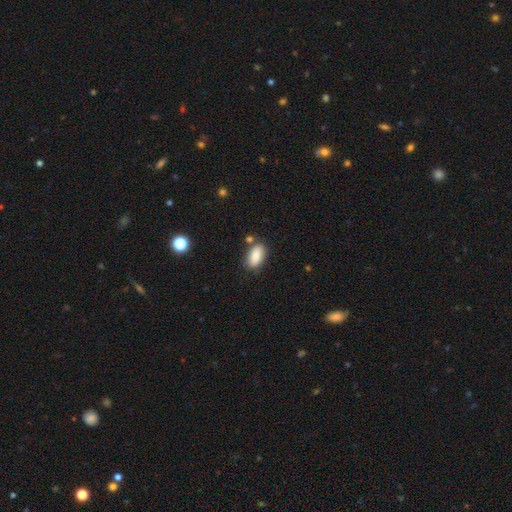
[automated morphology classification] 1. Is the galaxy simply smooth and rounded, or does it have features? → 86% smooth, 7% featured or disk, 7% star or artifact.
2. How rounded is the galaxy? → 91% in between, 5% cigar-shaped, 4% round.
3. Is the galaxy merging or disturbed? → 73% none, 15% minor disturbance, 8% merger, 3% major disturbance.